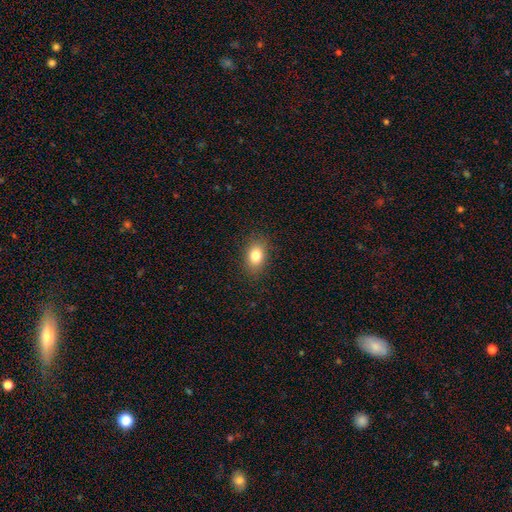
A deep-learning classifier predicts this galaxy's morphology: smooth 82%, star or artifact 10%, featured or disk 8%. Down the decision tree: how rounded — in between (78%); merging — none (87%).